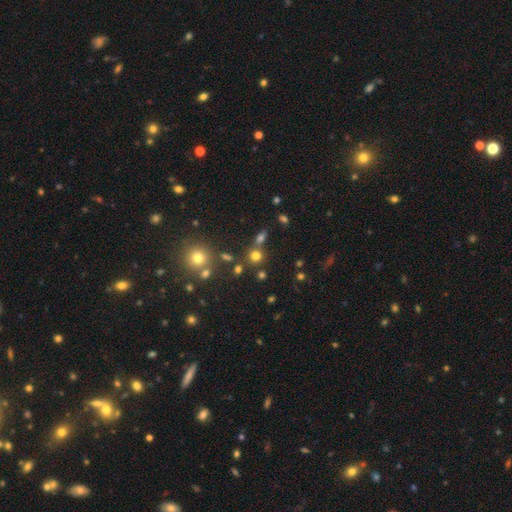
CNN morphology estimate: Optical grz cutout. It shows a smooth galaxy with no disk features (71%) that is round (88%). Merging: none (71%).